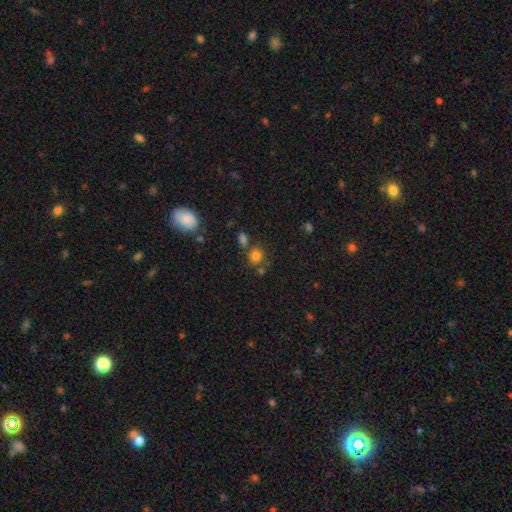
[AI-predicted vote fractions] This is likely a smooth galaxy (78%). How rounded: likely round (79%). Merging: likely none (63%).